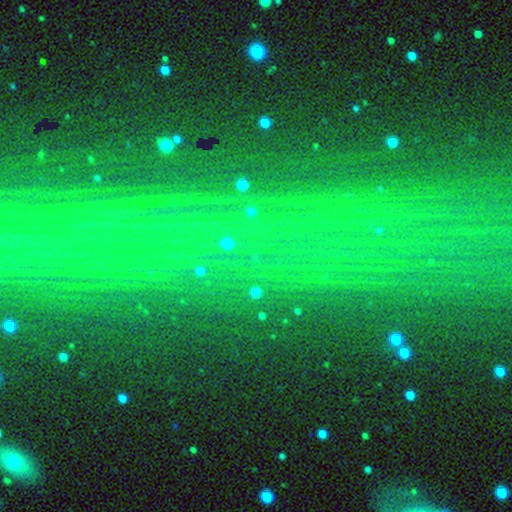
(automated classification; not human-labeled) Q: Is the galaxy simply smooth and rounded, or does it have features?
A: star or artifact — 82%.